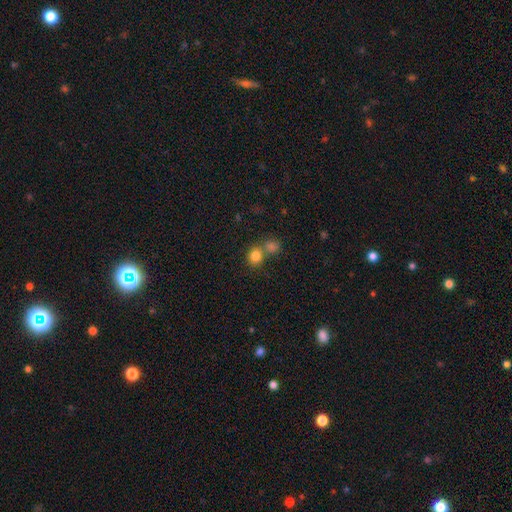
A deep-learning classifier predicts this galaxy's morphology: A smooth galaxy with no disk features (81%) that is round (79%). Merging: none (51%).